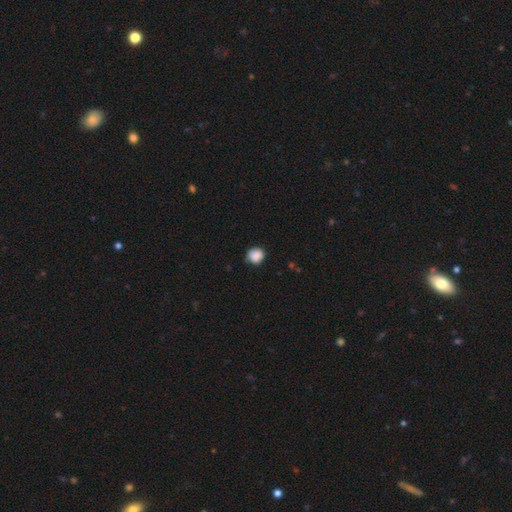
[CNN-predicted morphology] Q: Smooth or featured?
A: smooth (87%); runner-up: star or artifact (9%)
Q: How rounded?
A: round (85%); runner-up: in between (14%)
Q: Merging?
A: none (73%); runner-up: minor disturbance (22%)